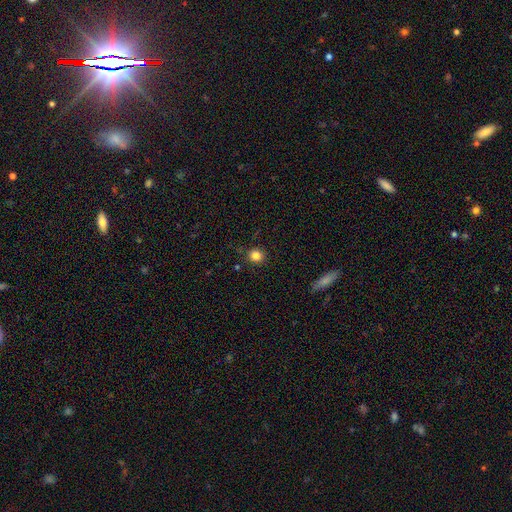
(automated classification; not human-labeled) Smooth or featured?
  - smooth: 83% *
  - star or artifact: 12%
  - featured or disk: 6%
How rounded?
  - round: 88% *
  - in between: 11%
  - cigar-shaped: 1%
Merging?
  - none: 86% *
  - minor disturbance: 10%
  - major disturbance: 3%
  - merger: 2%